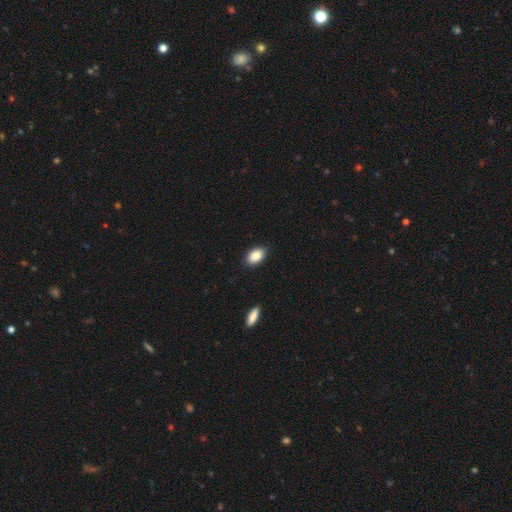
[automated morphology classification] smooth_or_featured: smooth (p=0.87) [alt: star or artifact p=0.08]
how_rounded: in between (p=0.89) [alt: round p=0.09]
merging: none (p=0.89) [alt: minor disturbance p=0.09]